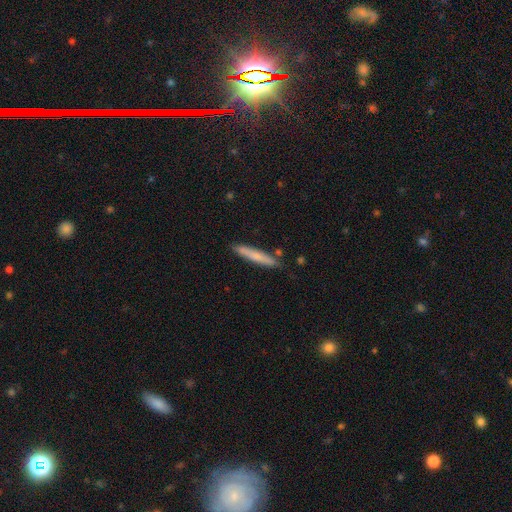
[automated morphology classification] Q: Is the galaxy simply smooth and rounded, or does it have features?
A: smooth — 69%.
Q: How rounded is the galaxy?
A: cigar-shaped — 94%.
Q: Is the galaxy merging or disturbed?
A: none — 85%.